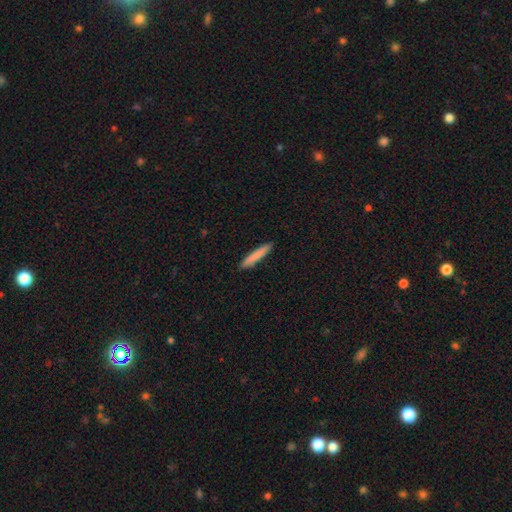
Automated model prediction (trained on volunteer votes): This is clearly a smooth galaxy (83%). How rounded: clearly cigar-shaped (94%). Merging: clearly none (91%).